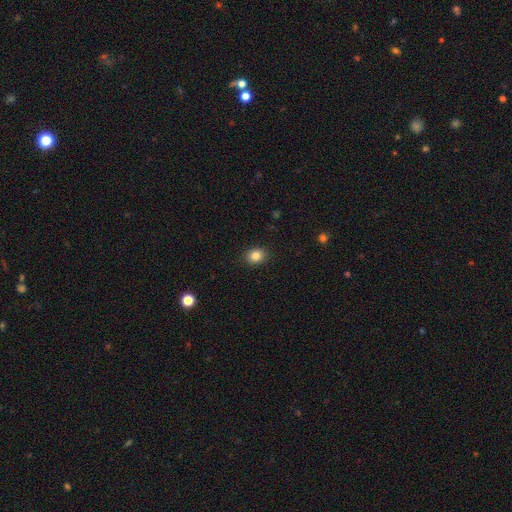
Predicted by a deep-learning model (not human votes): This appears to be a smooth galaxy with no disk features (83%) that is round (59%). Merging: none (90%).